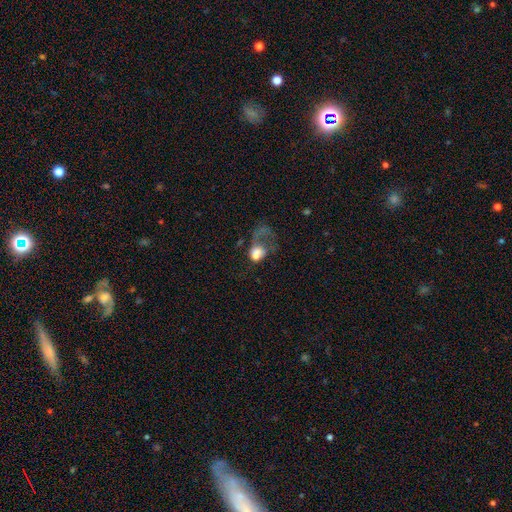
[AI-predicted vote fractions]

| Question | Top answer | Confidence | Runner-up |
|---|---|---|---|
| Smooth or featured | smooth | 58% | featured or disk (31%) |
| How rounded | in between | 56% | round (43%) |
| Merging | major disturbance | 64% | none (14%) |